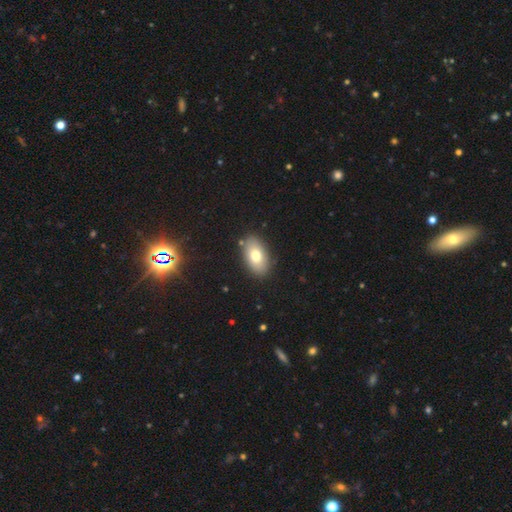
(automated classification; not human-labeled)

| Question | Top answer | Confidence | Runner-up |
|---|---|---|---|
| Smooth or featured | smooth | 74% | featured or disk (18%) |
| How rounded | in between | 93% | round (5%) |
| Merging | none | 87% | minor disturbance (9%) |